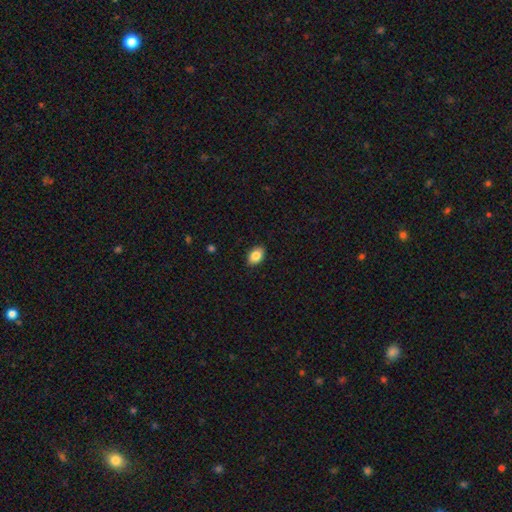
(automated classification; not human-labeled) A smooth galaxy with no disk features (86%) that is in between round and cigar-shaped (88%). Merging: none (89%).